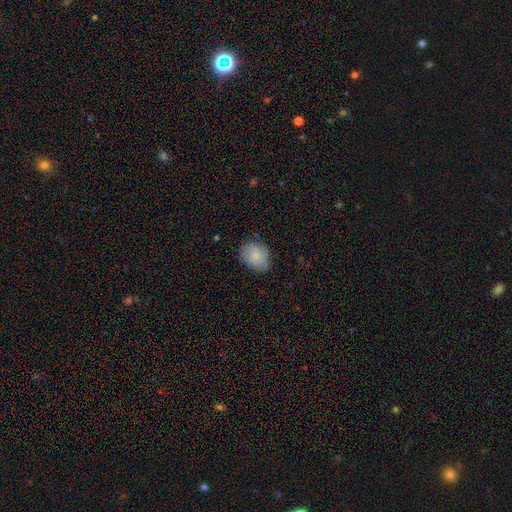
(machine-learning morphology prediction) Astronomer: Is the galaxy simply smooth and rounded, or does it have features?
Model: smooth — 79%.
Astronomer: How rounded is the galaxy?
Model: in between — 63%.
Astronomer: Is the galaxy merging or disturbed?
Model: none — 74%.